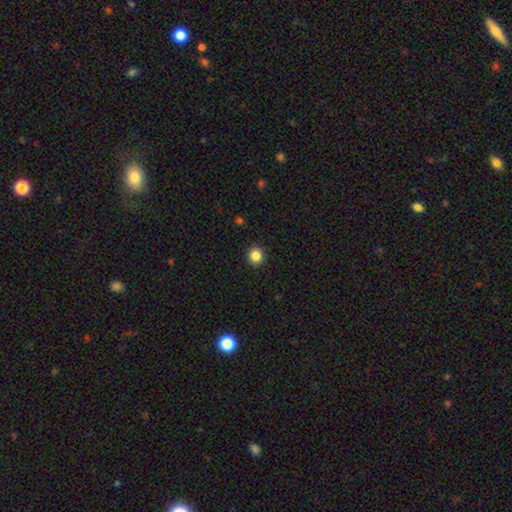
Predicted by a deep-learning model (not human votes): Q: Smooth or featured?
A: smooth (85%); runner-up: star or artifact (10%)
Q: How rounded?
A: round (87%); runner-up: in between (12%)
Q: Merging?
A: none (92%); runner-up: minor disturbance (5%)